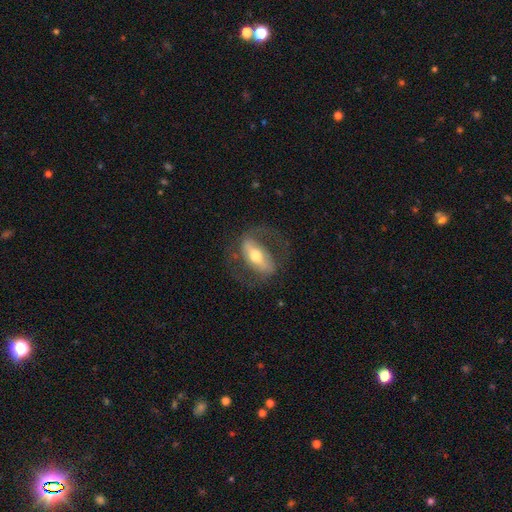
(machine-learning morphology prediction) smooth-or-featured: featured or disk: 72% | smooth: 23% | star or artifact: 5%
  disk-edge-on: no: 86% | yes: 14%
    bar: strong: 57% | weak: 25% | no: 18%
    has-spiral-arms: yes: 68% | no: 32%
    bulge-size: moderate: 69% | small: 15% | large: 13% | dominant: 2% | none: 1%
  merging: none: 69% | major disturbance: 15% | minor disturbance: 15% | merger: 1%